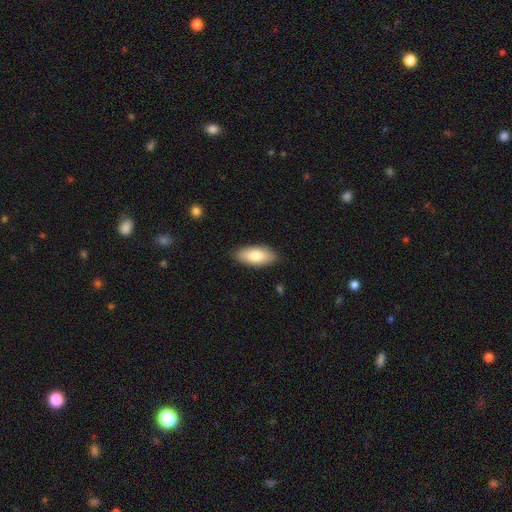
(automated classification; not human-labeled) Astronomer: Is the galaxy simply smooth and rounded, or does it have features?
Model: smooth — 79%.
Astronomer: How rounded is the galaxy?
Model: in between — 87%.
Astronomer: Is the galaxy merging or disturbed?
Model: none — 88%.